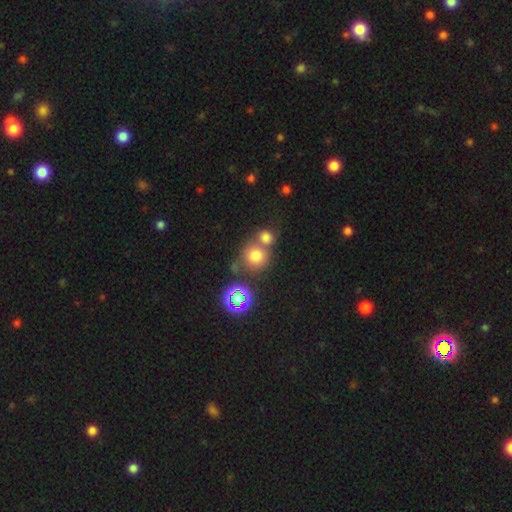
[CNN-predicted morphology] Smooth or featured? Predicted: smooth (p=0.72). How rounded? Predicted: round (p=0.88). Merging? Predicted: none (p=0.49).